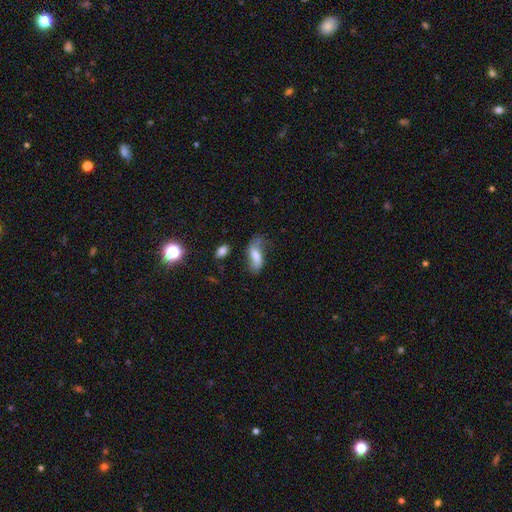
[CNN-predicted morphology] Smooth or featured? smooth (53%)
How rounded? in between (78%)
Merging? none (50%)